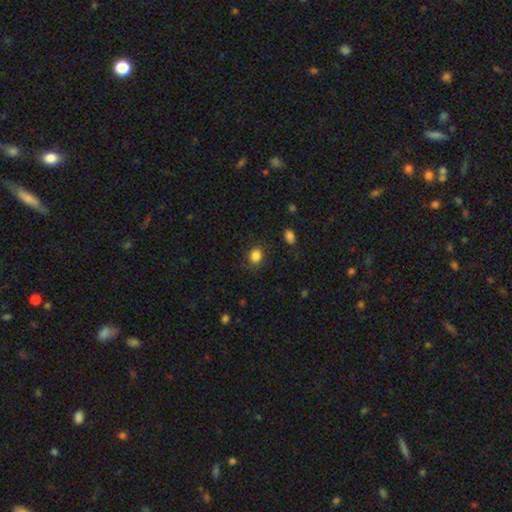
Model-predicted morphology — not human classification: Smooth or featured? smooth (85%)
How rounded? round (71%)
Merging? none (85%)